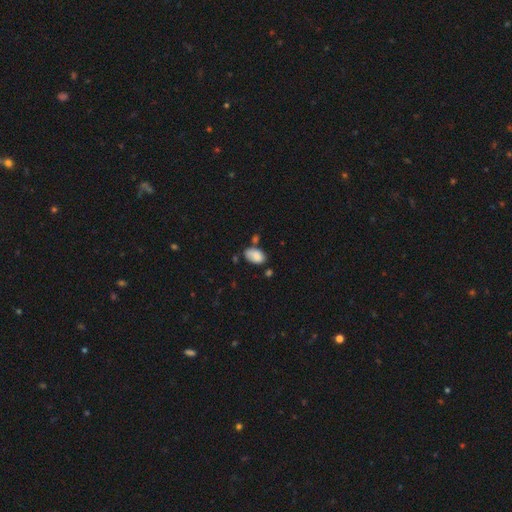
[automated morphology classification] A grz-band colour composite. It shows a smooth galaxy with no disk features (85%) that is in between round and cigar-shaped (92%). Merging: none (57%).